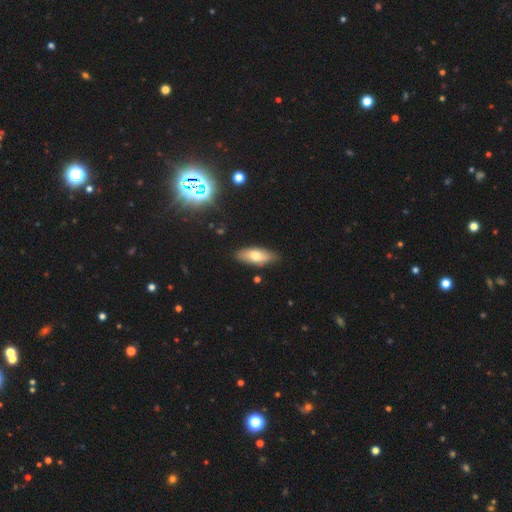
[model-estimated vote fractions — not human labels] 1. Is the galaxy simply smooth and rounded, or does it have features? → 66% smooth, 26% featured or disk, 8% star or artifact.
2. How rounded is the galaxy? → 76% in between, 21% cigar-shaped, 3% round.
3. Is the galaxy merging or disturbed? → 83% none, 13% minor disturbance, 2% major disturbance, 2% merger.